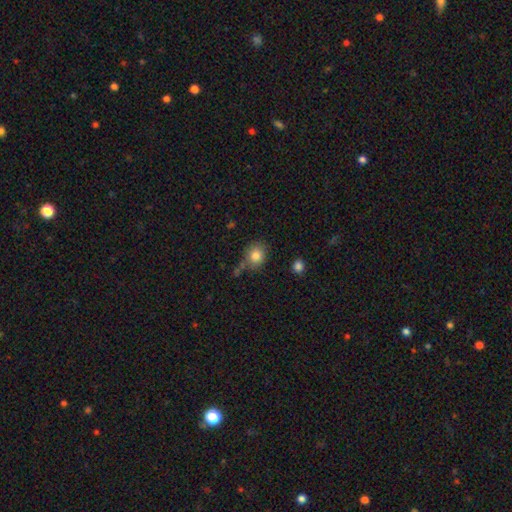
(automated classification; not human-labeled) A smooth galaxy with no disk features (82%) that is round (72%). Merging: none (68%).